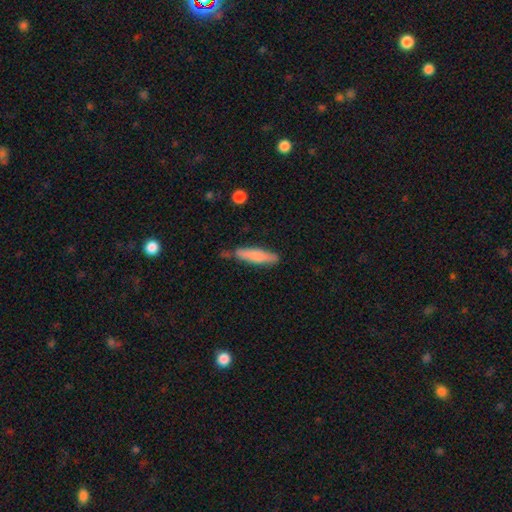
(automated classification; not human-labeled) This appears to be a smooth galaxy with no disk features (74%) that is cigar-shaped (80%). Merging: none (75%).